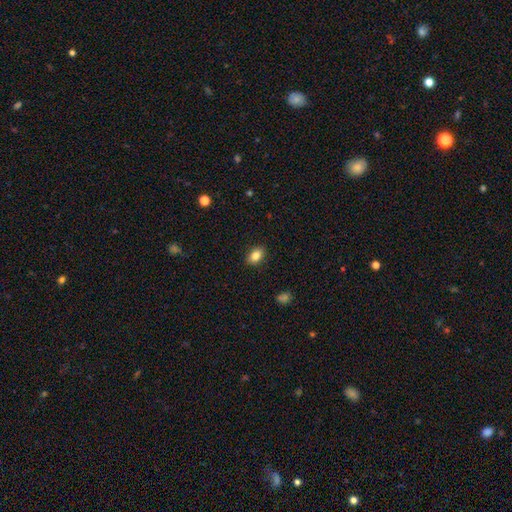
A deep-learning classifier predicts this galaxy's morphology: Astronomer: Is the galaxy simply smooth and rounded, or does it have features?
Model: smooth — 84%.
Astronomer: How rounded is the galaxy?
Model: in between — 82%.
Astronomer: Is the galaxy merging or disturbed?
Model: none — 89%.